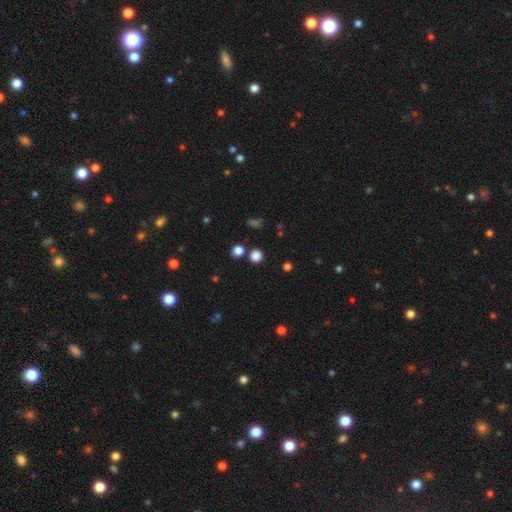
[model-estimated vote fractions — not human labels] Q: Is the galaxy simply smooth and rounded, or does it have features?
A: smooth — 81%.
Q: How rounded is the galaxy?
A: round — 92%.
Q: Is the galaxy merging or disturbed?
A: none — 84%.